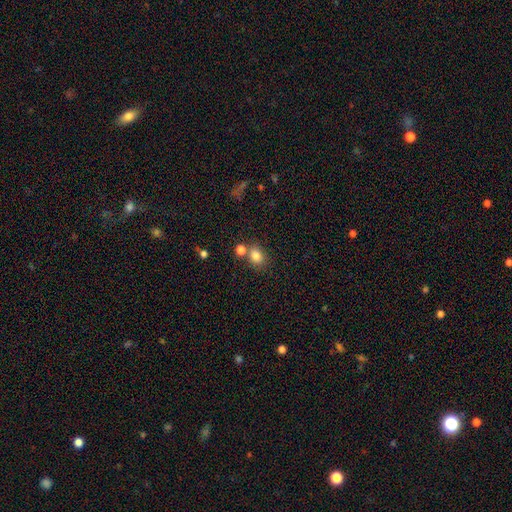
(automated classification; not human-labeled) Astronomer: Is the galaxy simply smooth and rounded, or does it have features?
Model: smooth — 81%.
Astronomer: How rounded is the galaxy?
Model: in between — 51% (runner-up: round, 48%).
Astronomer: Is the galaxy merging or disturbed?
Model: none — 63%.